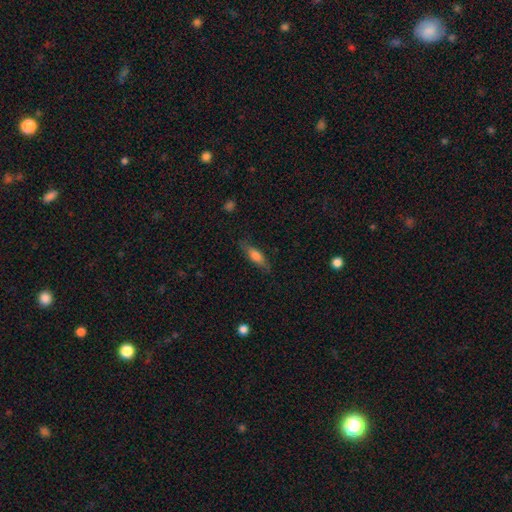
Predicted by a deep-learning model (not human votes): A smooth galaxy with no disk features (66%) that is cigar-shaped (51%). Merging: none (78%).